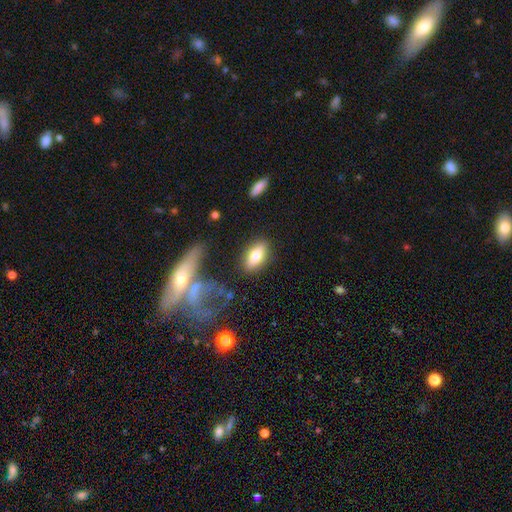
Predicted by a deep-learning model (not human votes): Morphology: type=smooth (71%); roundness=in between (83%); merging=none (84%).